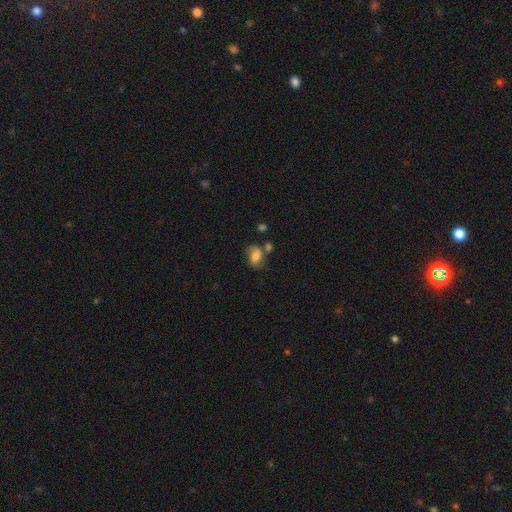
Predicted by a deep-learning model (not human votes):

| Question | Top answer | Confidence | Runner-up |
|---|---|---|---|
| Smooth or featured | smooth | 58% | featured or disk (31%) |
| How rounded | in between | 76% | round (23%) |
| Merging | none | 47% | minor disturbance (23%) |